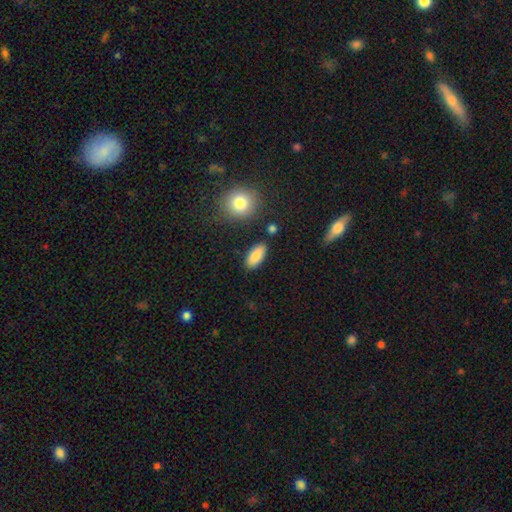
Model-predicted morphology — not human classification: This appears to be a smooth galaxy with no disk features (85%) that is in between round and cigar-shaped (88%). Merging: none (84%).